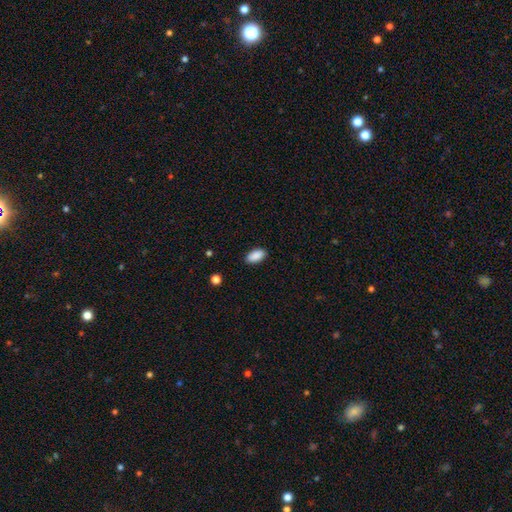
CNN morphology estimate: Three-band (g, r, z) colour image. It shows a smooth galaxy with no disk features (90%) that is in between round and cigar-shaped (93%). Merging: none (88%).